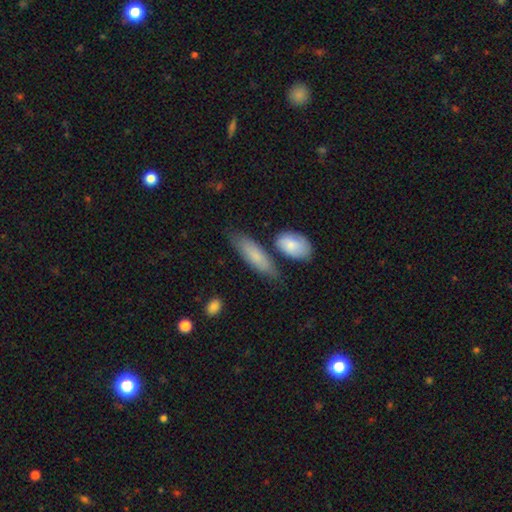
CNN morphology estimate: The model was most divided on "how rounded": in between: 49%, cigar-shaped: 48%, round: 3%. More confident: smooth or featured — smooth (75%); merging — none (63%).